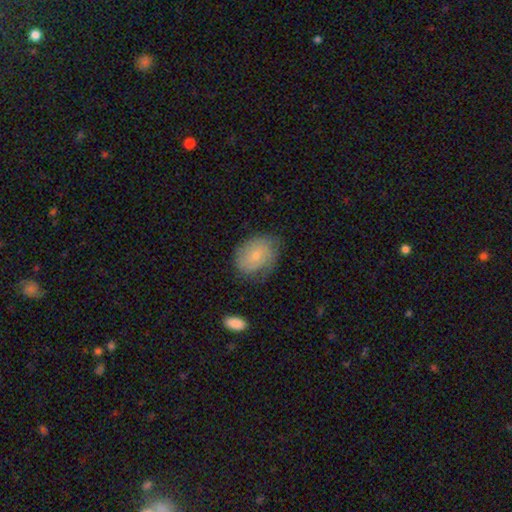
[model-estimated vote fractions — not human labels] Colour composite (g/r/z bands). It shows a smooth galaxy with no disk features (60%) that is in between round and cigar-shaped (59%). Merging: none (63%).